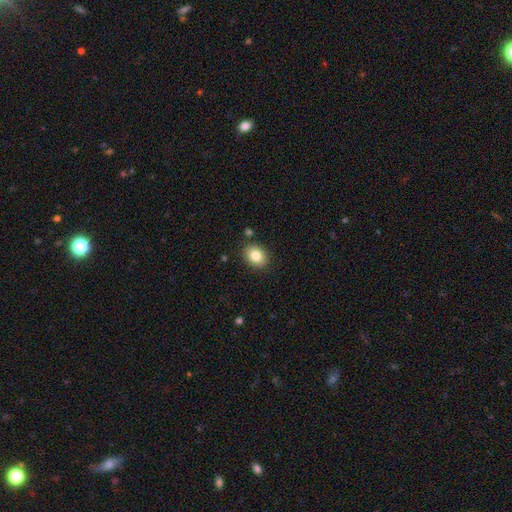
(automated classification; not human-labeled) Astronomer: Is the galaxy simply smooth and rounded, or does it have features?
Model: smooth — 84%.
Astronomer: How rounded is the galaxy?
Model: in between — 60% (runner-up: round, 39%).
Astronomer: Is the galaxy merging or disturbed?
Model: none — 86%.